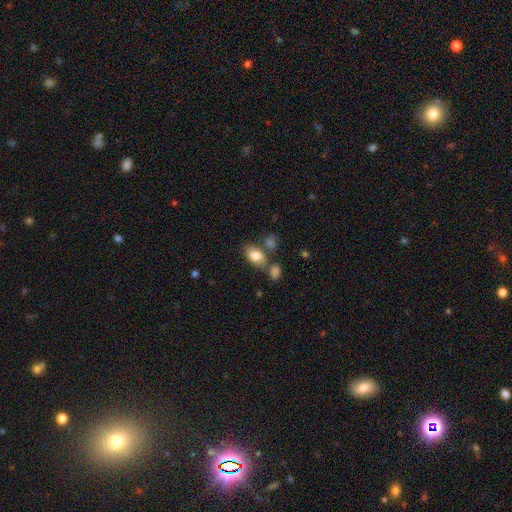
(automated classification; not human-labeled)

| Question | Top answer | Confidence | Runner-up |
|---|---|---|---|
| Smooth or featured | smooth | 81% | featured or disk (11%) |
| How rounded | in between | 87% | round (11%) |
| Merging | none | 58% | merger (21%) |